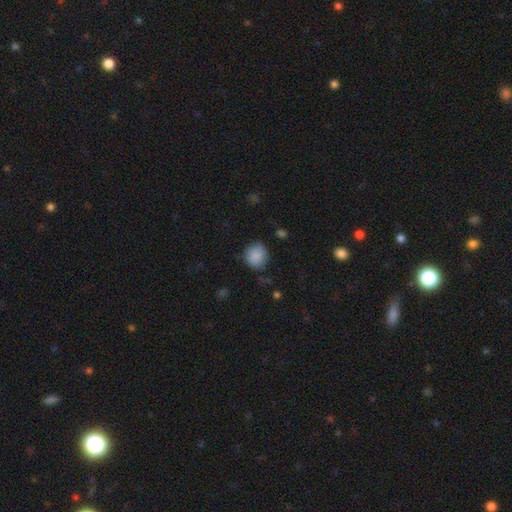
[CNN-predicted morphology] This appears to be a smooth galaxy with no disk features (87%) that is round (81%). Merging: none (75%).